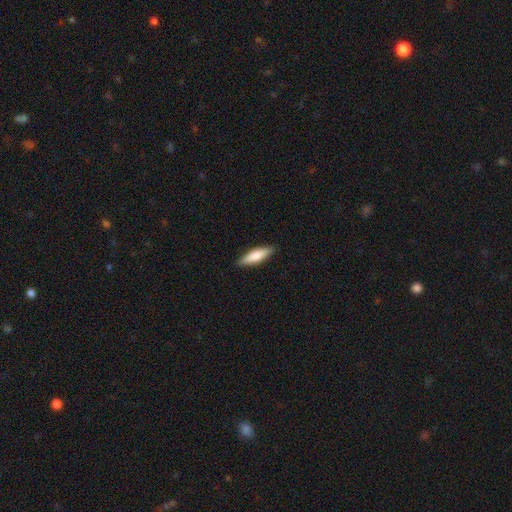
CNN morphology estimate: smooth-or-featured: smooth: 78% | featured or disk: 17% | star or artifact: 5%
  how-rounded: cigar-shaped: 59% | in between: 39% | round: 2%
  merging: none: 89% | minor disturbance: 9% | major disturbance: 2% | merger: 1%